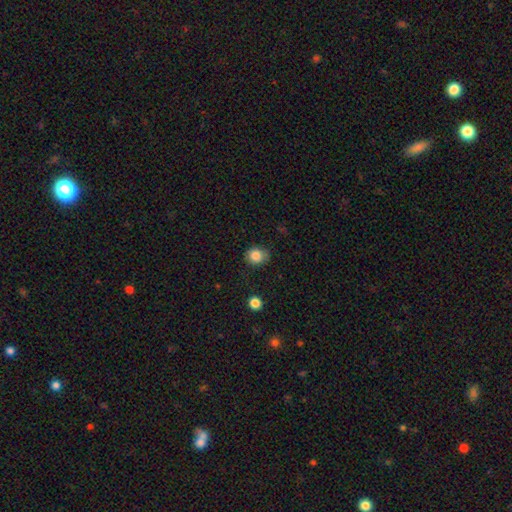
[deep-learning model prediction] The model was most divided on "how rounded": round: 73%, in between: 26%, cigar-shaped: 1%. More confident: smooth or featured — smooth (83%); merging — none (81%).